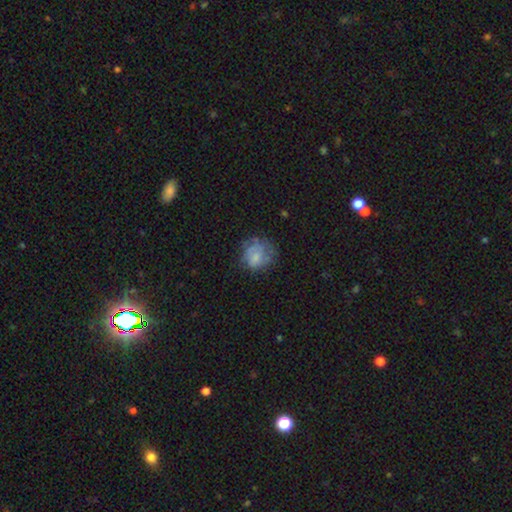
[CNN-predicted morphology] smooth 56%, featured or disk 33%, star or artifact 11%. Down the decision tree: how rounded — round (71%); merging — none (50%).